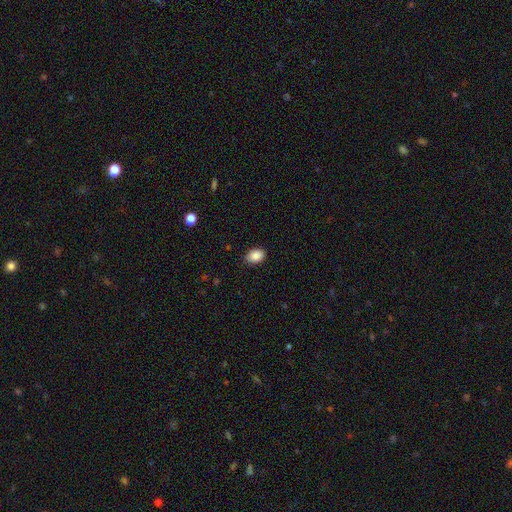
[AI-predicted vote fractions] This appears to be a smooth galaxy with no disk features (89%) that is in between round and cigar-shaped (77%). Merging: none (85%).